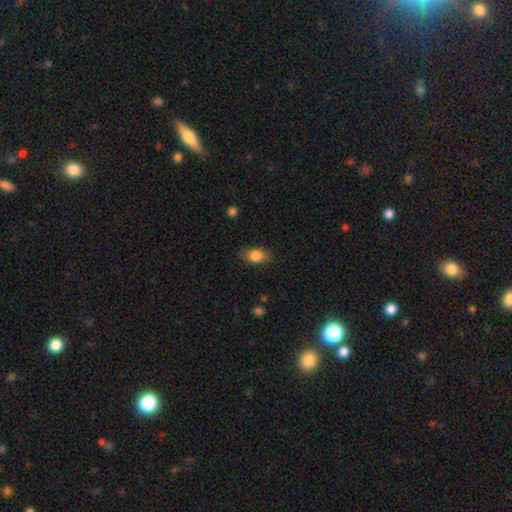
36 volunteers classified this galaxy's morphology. Q: Smooth or featured?
A: smooth (78%); runner-up: featured or disk (19%)
Q: How rounded?
A: in between (89%); runner-up: round (7%)
Q: Merging?
A: none (86%); runner-up: minor disturbance (9%)